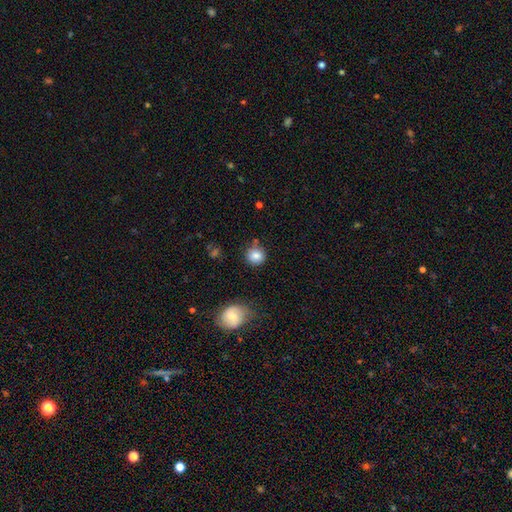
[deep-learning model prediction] Morphology: type=smooth (83%); roundness=round (89%); merging=none (79%).